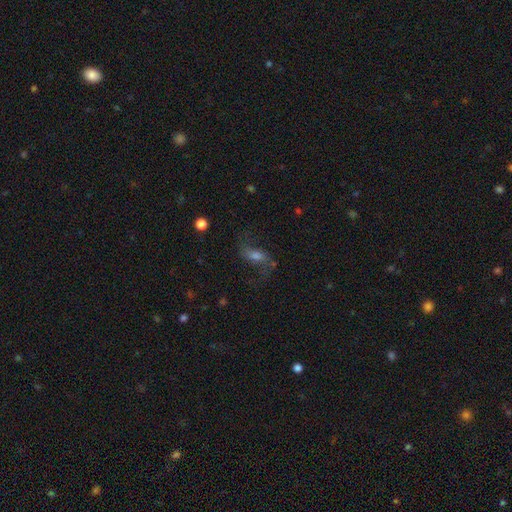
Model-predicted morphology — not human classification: Smooth or featured?
  - featured or disk: 59% *
  - smooth: 28%
  - star or artifact: 14%
Edge-on disk?
  - no: 91% *
  - yes: 9%
Bar?
  - weak: 41% * (tied)
  - no: 41% * (tied)
  - strong: 18%
Spiral arms?
  - yes: 87% *
  - no: 13%
Bulge size?
  - moderate: 49% *
  - small: 26%
  - large: 15%
  - none: 7%
  - dominant: 3%
Merging?
  - none: 64% *
  - minor disturbance: 17%
  - major disturbance: 16%
  - merger: 2%